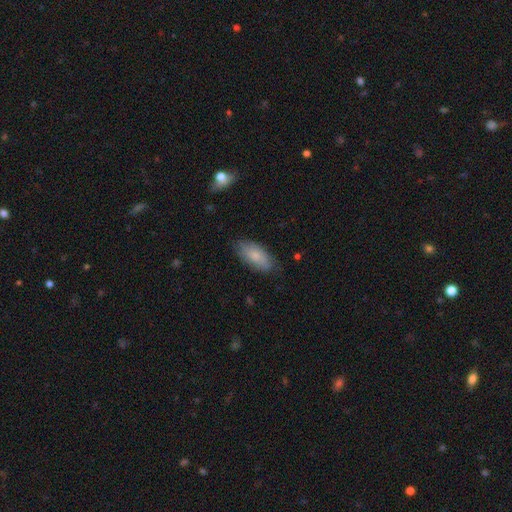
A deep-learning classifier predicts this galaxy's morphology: smooth 78%, featured or disk 16%, star or artifact 6%. Down the decision tree: how rounded — in between (88%); merging — none (77%).